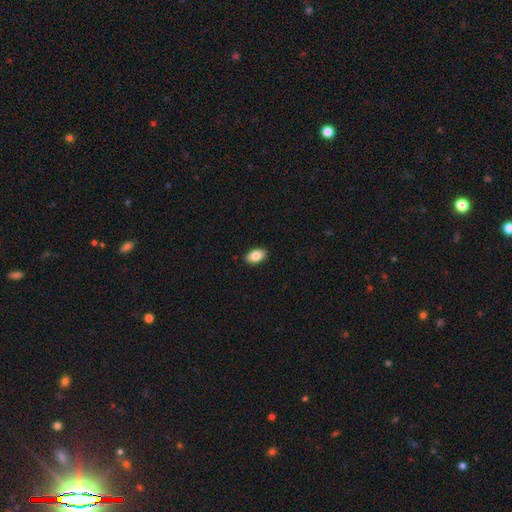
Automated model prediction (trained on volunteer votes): Morphology: type=smooth (85%); roundness=in between (93%); merging=none (90%).